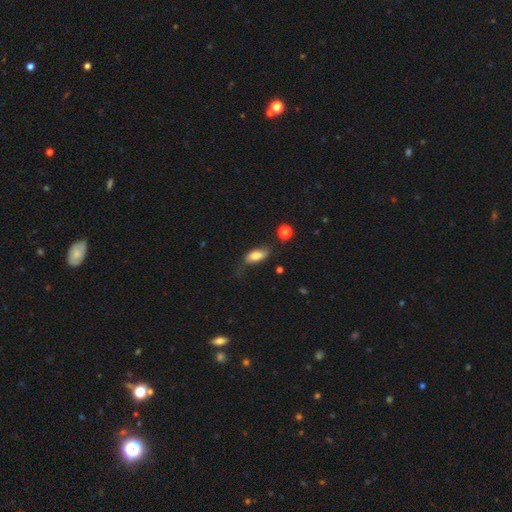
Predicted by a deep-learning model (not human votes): Morphology: type=smooth (73%); roundness=in between (84%); merging=none (52%).